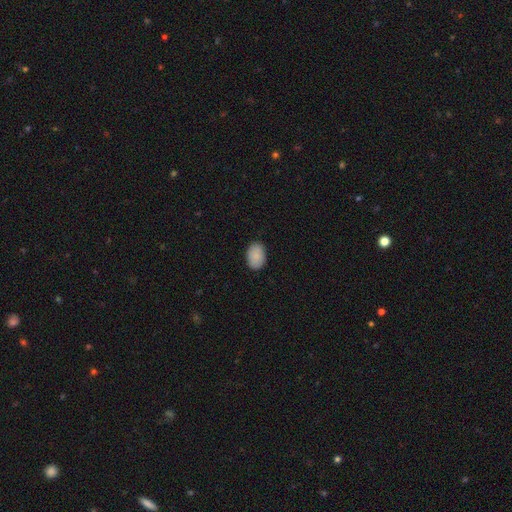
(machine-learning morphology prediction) Smooth or featured? Predicted: smooth (p=0.88). How rounded? Predicted: in between (p=0.83). Merging? Predicted: none (p=0.88).